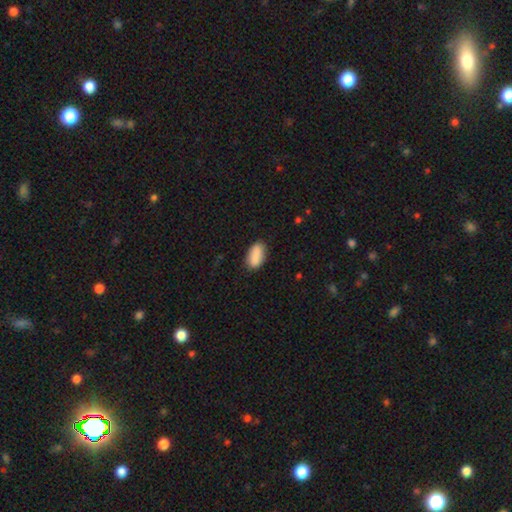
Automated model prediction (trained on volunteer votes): Smooth or featured? Predicted: smooth (p=0.88). How rounded? Predicted: in between (p=0.91). Merging? Predicted: none (p=0.83).